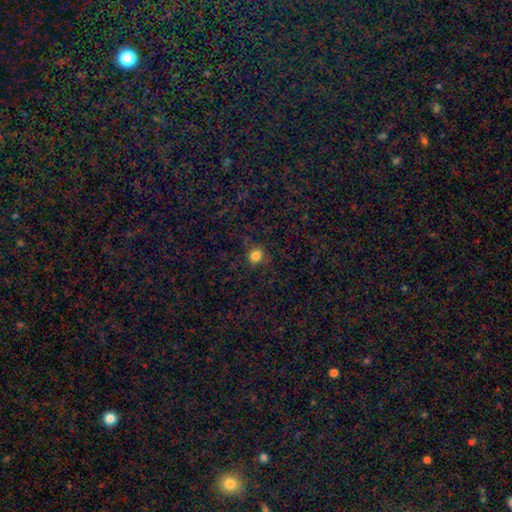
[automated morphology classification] smooth 76%, star or artifact 18%, featured or disk 6%. Down the decision tree: how rounded — round (90%); merging — none (81%).